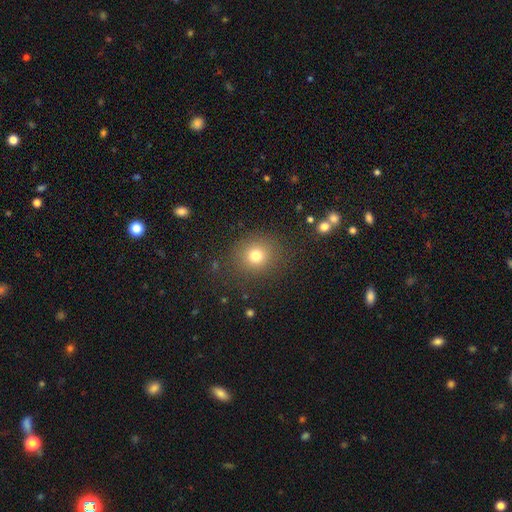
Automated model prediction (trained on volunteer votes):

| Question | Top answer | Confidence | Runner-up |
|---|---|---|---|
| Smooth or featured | smooth | 75% | star or artifact (16%) |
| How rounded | round | 84% | in between (15%) |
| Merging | none | 86% | minor disturbance (9%) |